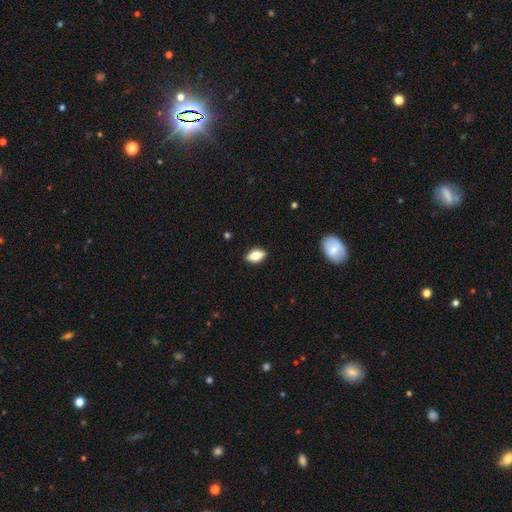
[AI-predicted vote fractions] Smooth or featured?
  - smooth: 66% *
  - featured or disk: 26%
  - star or artifact: 8%
How rounded?
  - in between: 85% *
  - cigar-shaped: 9%
  - round: 6%
Merging?
  - none: 87% *
  - minor disturbance: 10%
  - major disturbance: 2%
  - merger: 1%